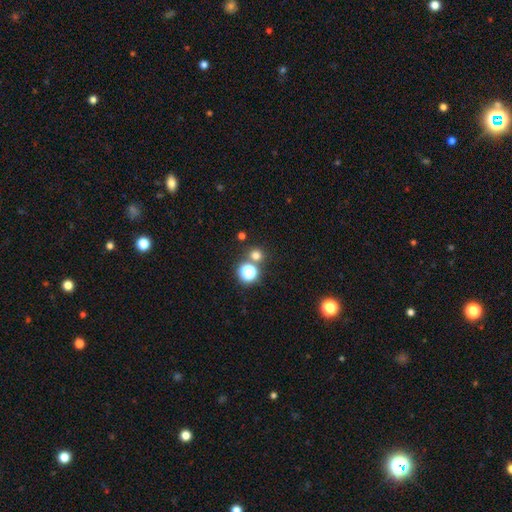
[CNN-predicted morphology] smooth_or_featured: smooth (p=0.70) [alt: star or artifact p=0.24]
how_rounded: round (p=0.90) [alt: in between p=0.09]
merging: none (p=0.76) [alt: merger p=0.15]